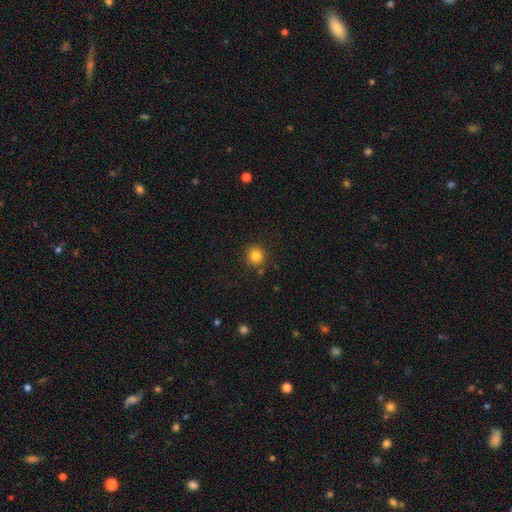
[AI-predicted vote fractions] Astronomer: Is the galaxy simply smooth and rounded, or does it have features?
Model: smooth — 84%.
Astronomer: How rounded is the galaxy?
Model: round — 91%.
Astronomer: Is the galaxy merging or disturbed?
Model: none — 87%.